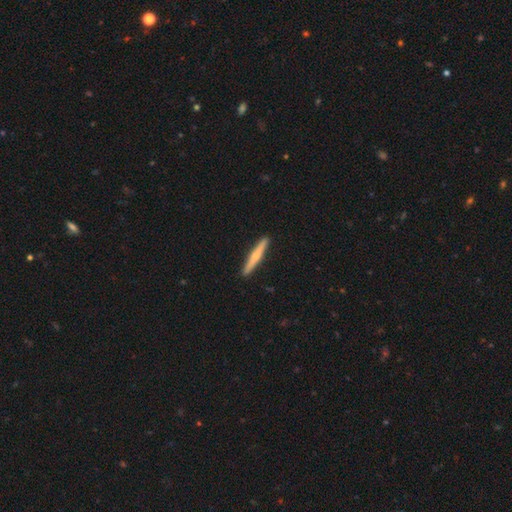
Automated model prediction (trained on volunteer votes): Q: Smooth or featured?
A: smooth (49%); runner-up: featured or disk (47%)
Q: Merging?
A: none (93%); runner-up: minor disturbance (5%)